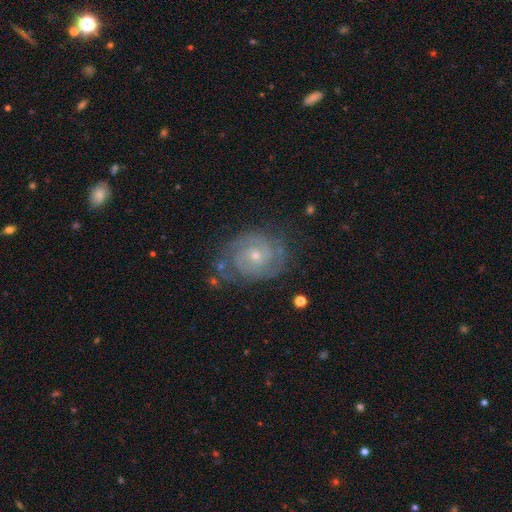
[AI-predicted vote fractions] Morphology: type=featured or disk (87%); edge-on=no (98%); bar=no (68%); spiral arms=yes (97%); winding=tight (67%); arm count=2 (61%); bulge=small (64%); merging=none (73%).